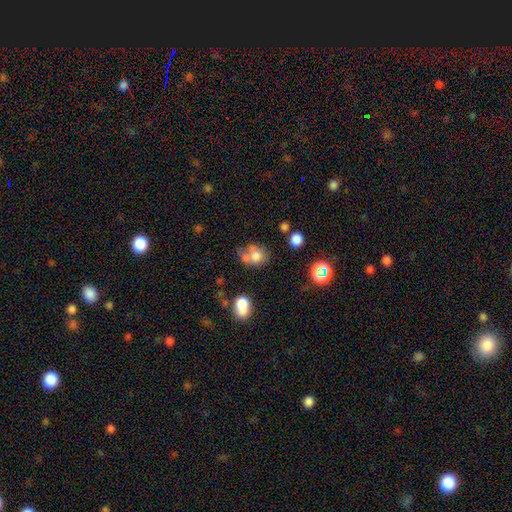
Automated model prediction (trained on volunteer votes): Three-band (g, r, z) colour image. It shows a smooth galaxy with no disk features (71%) that is round (55%). Merging: merger (39%).